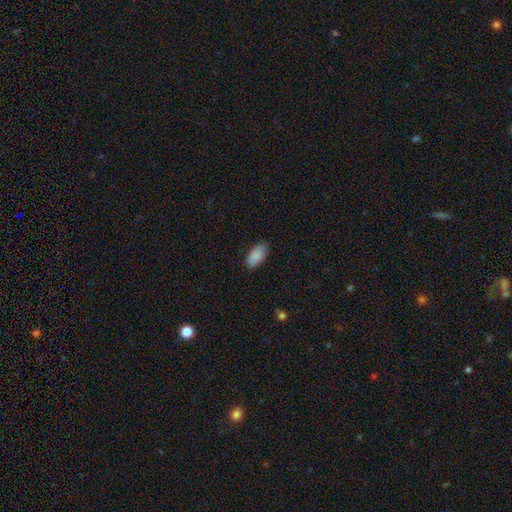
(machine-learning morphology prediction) The model was most divided on "merging": none: 84%, minor disturbance: 13%, major disturbance: 2%, merger: 1%. More confident: how rounded — in between (93%); smooth or featured — smooth (89%).